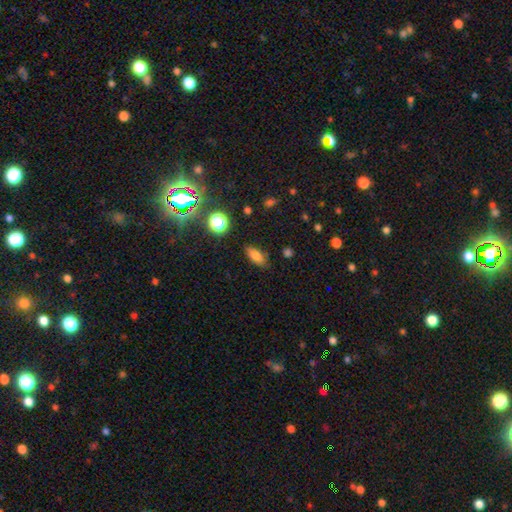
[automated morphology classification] Smooth or featured: smooth — 77% (star or artifact — 13%)
How rounded: in between — 80% (cigar-shaped — 14%)
Merging: none — 82% (minor disturbance — 13%)